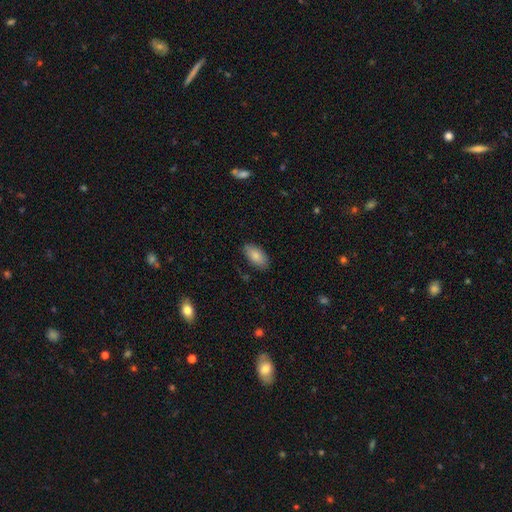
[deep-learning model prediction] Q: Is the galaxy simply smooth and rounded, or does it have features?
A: smooth — 83%.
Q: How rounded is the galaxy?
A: in between — 93%.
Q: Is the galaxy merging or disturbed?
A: none — 82%.